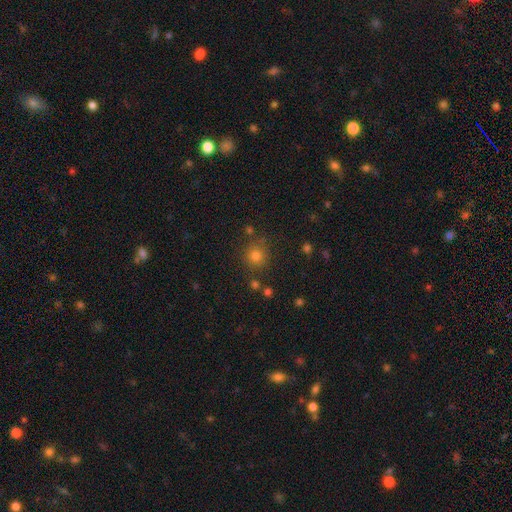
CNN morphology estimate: type=smooth (76%); roundness=round (92%); merging=none (82%).